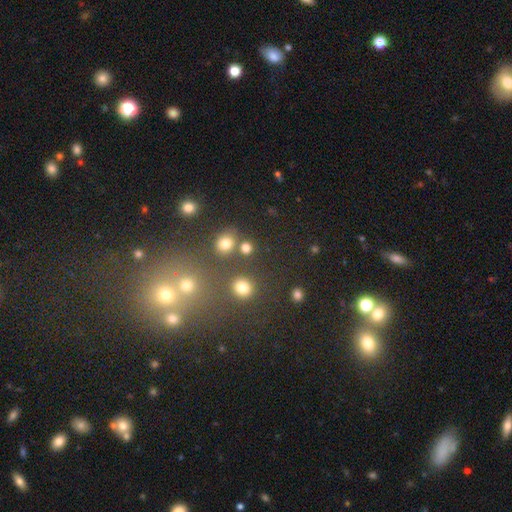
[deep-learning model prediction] Smooth or featured? star or artifact (54%)